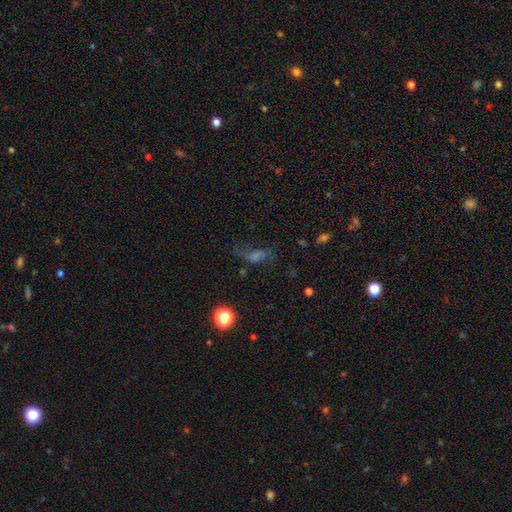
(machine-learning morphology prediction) A smooth galaxy with no disk features (37%). Merging: none (48%).